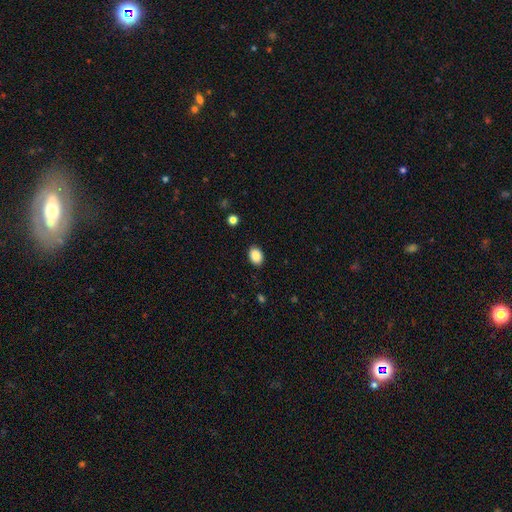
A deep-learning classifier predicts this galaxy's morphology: This is clearly a smooth galaxy (89%). How rounded: likely in between (69%). Merging: clearly none (89%).